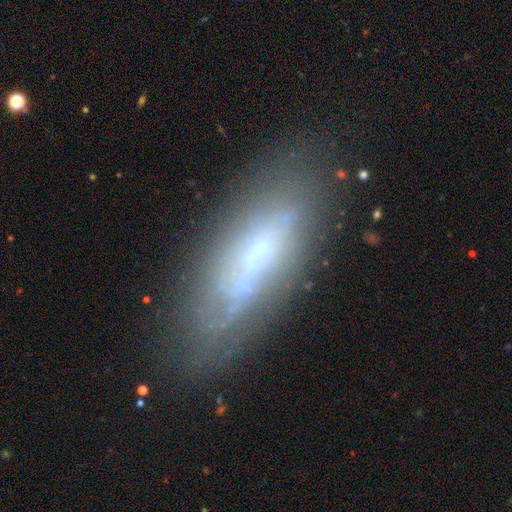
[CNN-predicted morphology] The model was most divided on "smooth or featured": featured or disk: 60%, smooth: 31%, star or artifact: 9%. More confident: merging — none (70%); edge-on disk — no (65%).